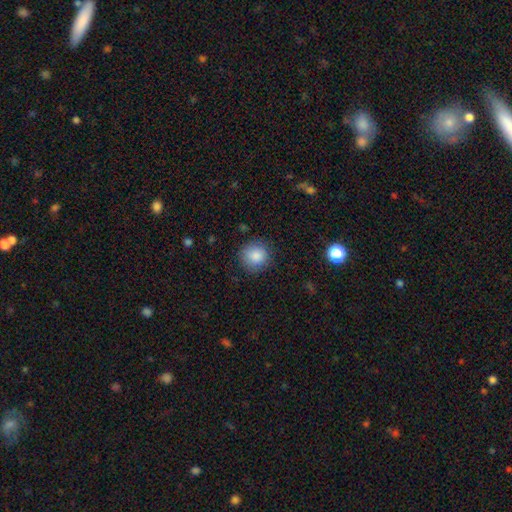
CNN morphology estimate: Smooth or featured?
  - smooth: 86% *
  - star or artifact: 9%
  - featured or disk: 5%
How rounded?
  - round: 91% *
  - in between: 8%
  - cigar-shaped: 1%
Merging?
  - none: 85% *
  - minor disturbance: 11%
  - major disturbance: 3%
  - merger: 1%